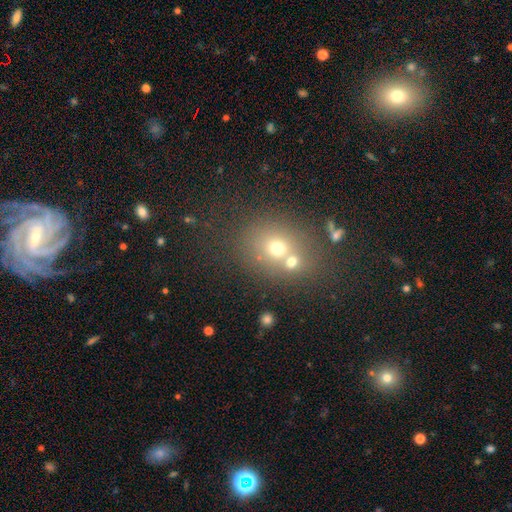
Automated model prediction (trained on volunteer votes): smooth-or-featured: smooth: 48% | star or artifact: 28% | featured or disk: 25%
  merging: none: 62% | merger: 22% | minor disturbance: 10% | major disturbance: 5%